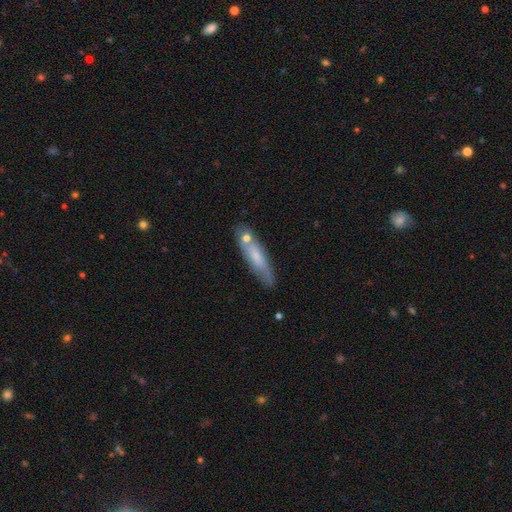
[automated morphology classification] Overall: smooth (59%; featured or disk 34%). How rounded: cigar-shaped (75%). Merging: none (67%).